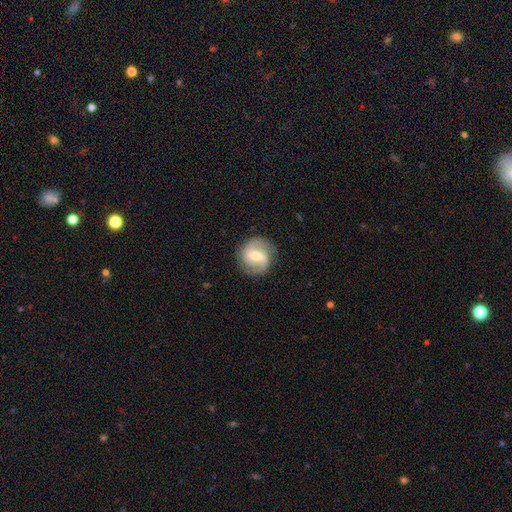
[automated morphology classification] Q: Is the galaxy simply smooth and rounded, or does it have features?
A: featured or disk — 78%.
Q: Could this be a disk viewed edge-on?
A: no — 98%.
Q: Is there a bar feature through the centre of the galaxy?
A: weak — 50%.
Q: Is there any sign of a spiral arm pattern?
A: yes — 94%.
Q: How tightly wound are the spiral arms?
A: medium — 48%.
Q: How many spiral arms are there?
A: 2 — 88%.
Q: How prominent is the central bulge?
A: moderate — 54%.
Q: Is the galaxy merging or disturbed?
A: none — 83%.